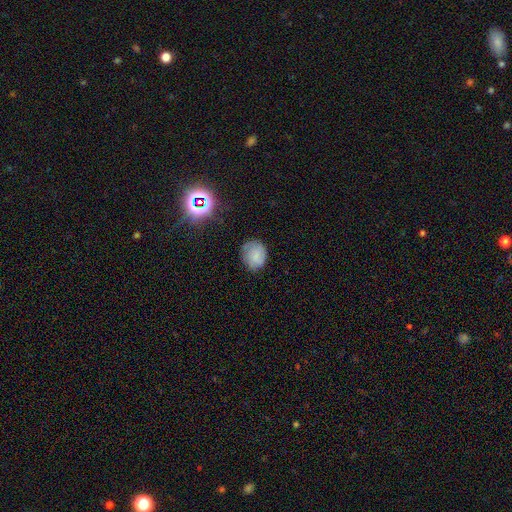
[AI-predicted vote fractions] smooth-or-featured: smooth: 66% | featured or disk: 23% | star or artifact: 11%
  how-rounded: round: 62% | in between: 37% | cigar-shaped: 1%
  merging: none: 67% | minor disturbance: 24% | major disturbance: 7% | merger: 2%